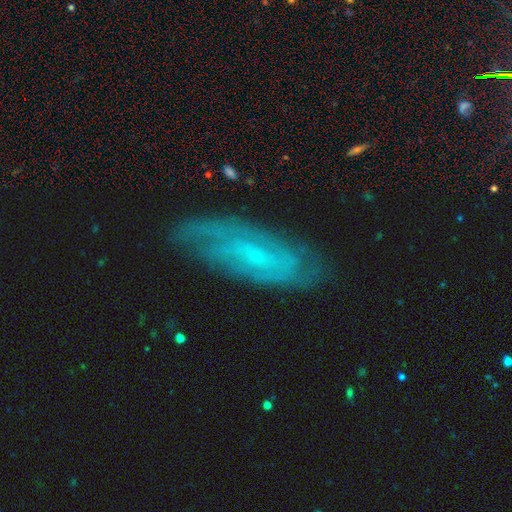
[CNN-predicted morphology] Smooth or featured?
  - featured or disk: 70% *
  - smooth: 22%
  - star or artifact: 9%
Edge-on disk?
  - no: 85% *
  - yes: 15%
Bar?
  - no: 47% *
  - weak: 43%
  - strong: 9%
Spiral arms?
  - yes: 86% *
  - no: 14%
Spiral winding?
  - tight: 53% *
  - medium: 34%
  - loose: 13%
Spiral arm count?
  - can't tell: 51% *
  - 2: 29%
  - 3: 7%
  - 4: 5%
  - 1: 4%
  - more than 4: 4%
Bulge size?
  - small: 75% *
  - moderate: 14%
  - none: 10%
  - large: 1%
  - dominant: 1%
Merging?
  - none: 78% *
  - minor disturbance: 16%
  - major disturbance: 4%
  - merger: 1%